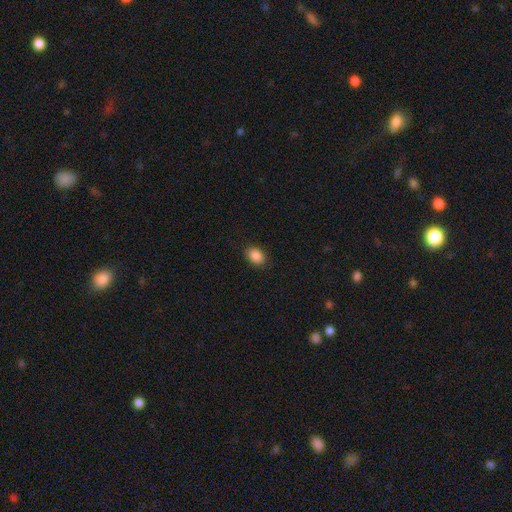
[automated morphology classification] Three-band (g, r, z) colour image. It shows a smooth galaxy with no disk features (87%) that is in between round and cigar-shaped (76%). Merging: none (89%).